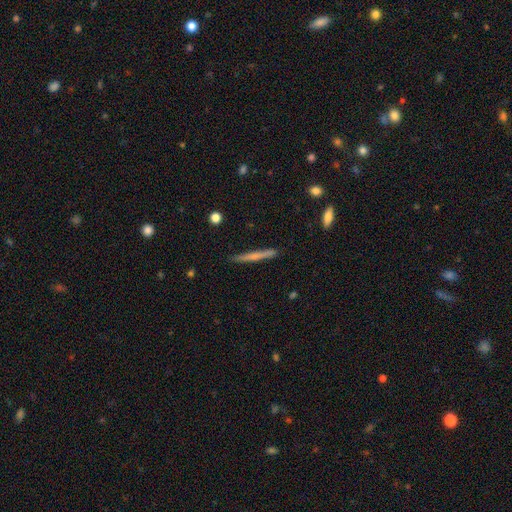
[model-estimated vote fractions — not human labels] This appears to be a smooth galaxy with no disk features (48%). Merging: none (88%).